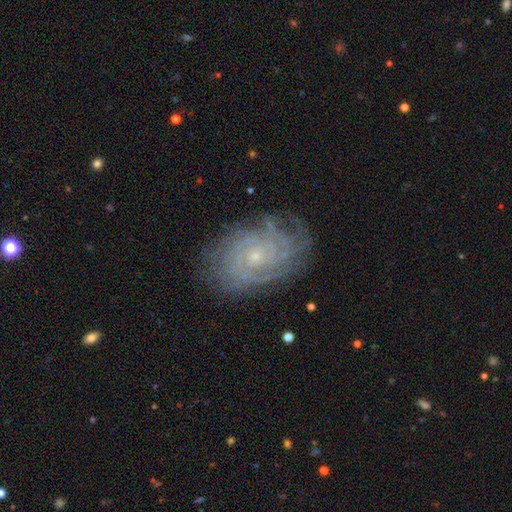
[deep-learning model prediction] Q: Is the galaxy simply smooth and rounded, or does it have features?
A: featured or disk — 82%.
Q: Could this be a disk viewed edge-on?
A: no — 96%.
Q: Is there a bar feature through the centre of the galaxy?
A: no — 80%.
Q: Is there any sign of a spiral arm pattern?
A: yes — 94%.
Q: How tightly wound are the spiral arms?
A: tight — 78%.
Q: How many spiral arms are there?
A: can't tell — 41%.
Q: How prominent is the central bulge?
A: small — 80%.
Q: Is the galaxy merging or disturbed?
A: none — 78%.